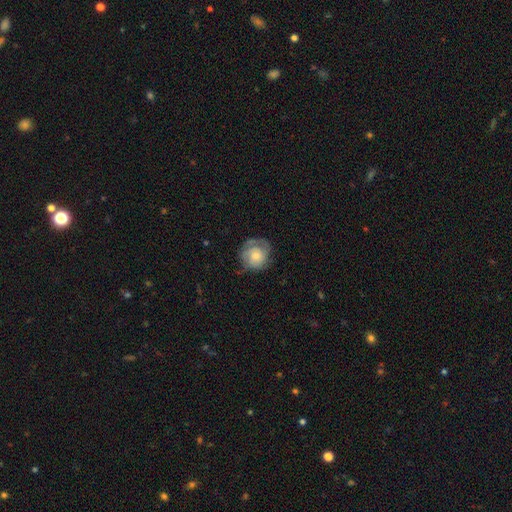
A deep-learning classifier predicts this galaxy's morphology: This appears to be a featured or disk galaxy (58%) with no bar (79%), spiral arms (83%) and a moderate central bulge (45%). Merging: none (63%).